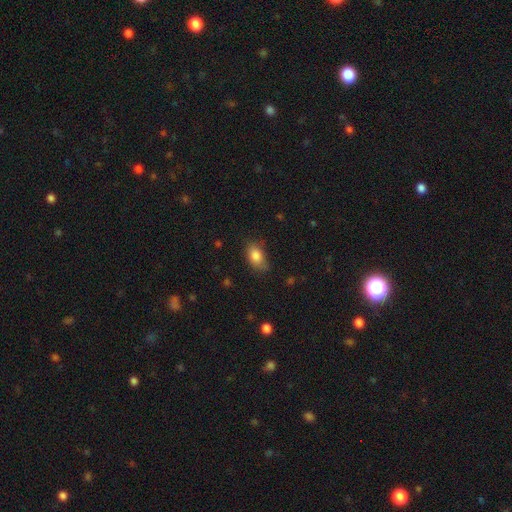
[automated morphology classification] Smooth or featured? Predicted: smooth (p=0.85). How rounded? Predicted: in between (p=0.88). Merging? Predicted: none (p=0.70).